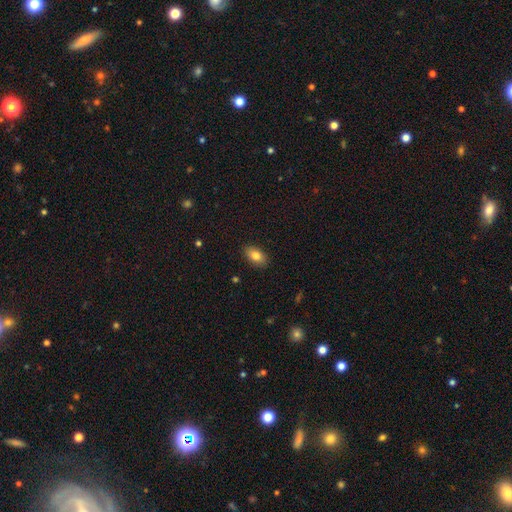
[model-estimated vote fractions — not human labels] Smooth or featured: smooth — 82% (featured or disk — 10%)
How rounded: in between — 90% (round — 8%)
Merging: none — 88% (minor disturbance — 9%)